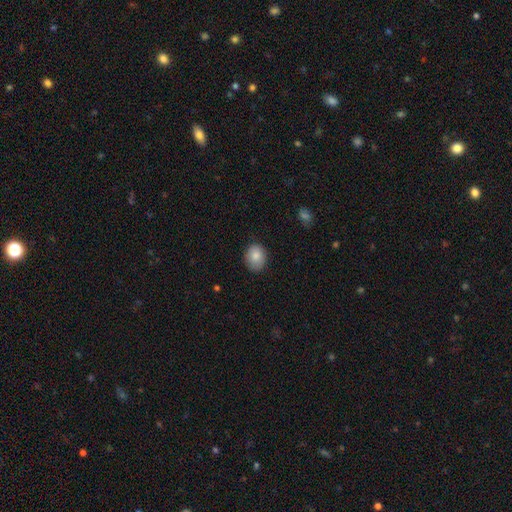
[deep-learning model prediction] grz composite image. It shows a smooth galaxy with no disk features (85%) that is in between round and cigar-shaped (52%). Merging: none (83%).